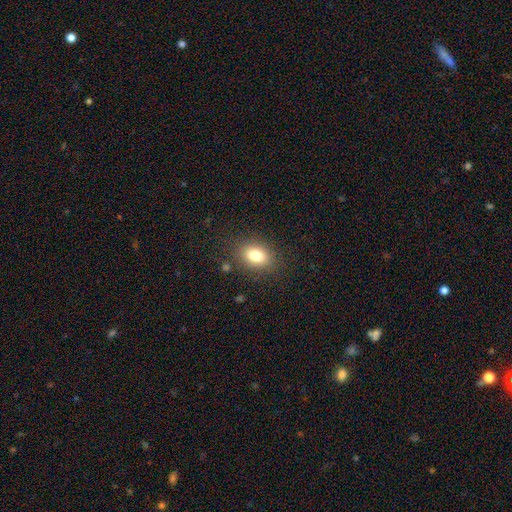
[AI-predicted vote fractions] smooth_or_featured: smooth (p=0.80) [alt: star or artifact p=0.10]
how_rounded: in between (p=0.76) [alt: round p=0.22]
merging: none (p=0.84) [alt: minor disturbance p=0.10]